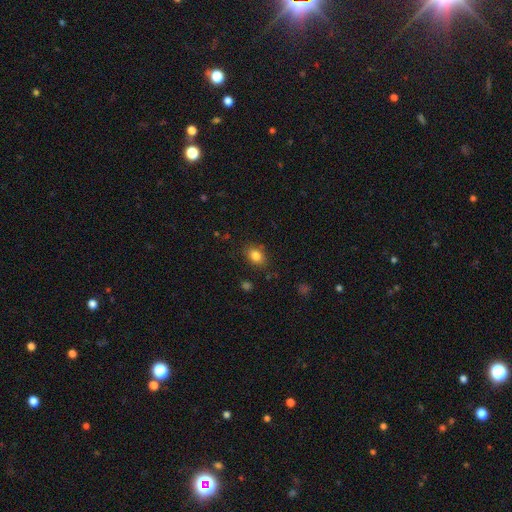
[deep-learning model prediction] smooth-or-featured: smooth: 83% | star or artifact: 10% | featured or disk: 7%
  how-rounded: in between: 74% | round: 24% | cigar-shaped: 1%
  merging: none: 82% | minor disturbance: 13% | major disturbance: 3% | merger: 2%